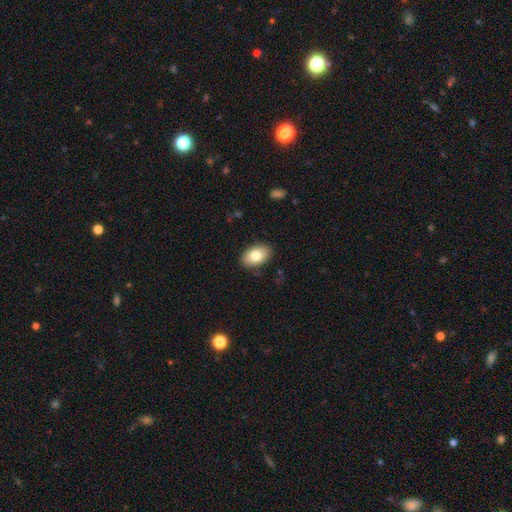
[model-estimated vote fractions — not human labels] Smooth or featured? smooth (80%)
How rounded? in between (91%)
Merging? none (88%)